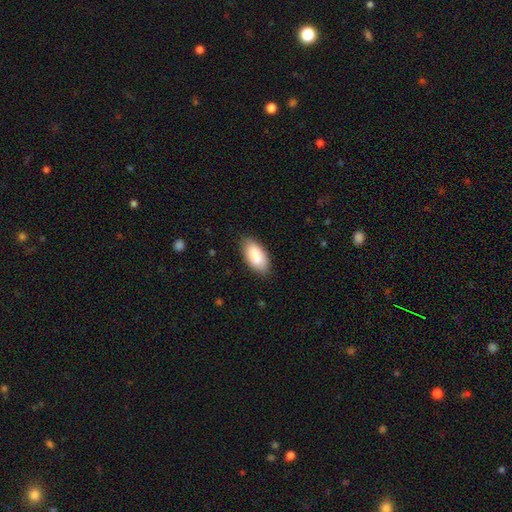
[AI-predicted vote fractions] Smooth or featured?
  - smooth: 87% *
  - featured or disk: 7%
  - star or artifact: 6%
How rounded?
  - in between: 92% *
  - cigar-shaped: 6%
  - round: 2%
Merging?
  - none: 84% *
  - minor disturbance: 13%
  - major disturbance: 2%
  - merger: 1%